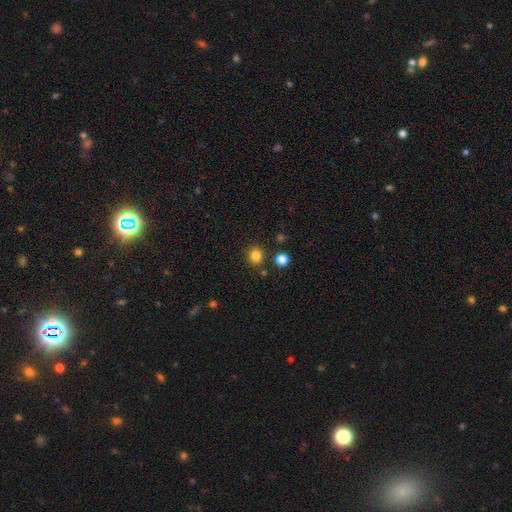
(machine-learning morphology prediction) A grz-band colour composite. It shows a smooth galaxy with no disk features (83%) that is round (89%). Merging: none (87%).